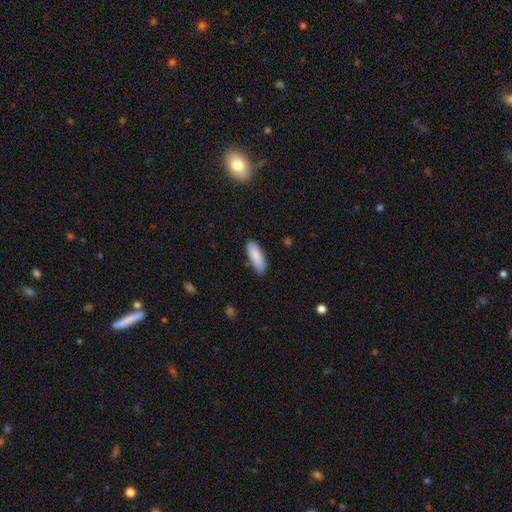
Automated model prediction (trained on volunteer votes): This is clearly a smooth galaxy (88%). How rounded: likely in between (61%). Merging: clearly none (81%).